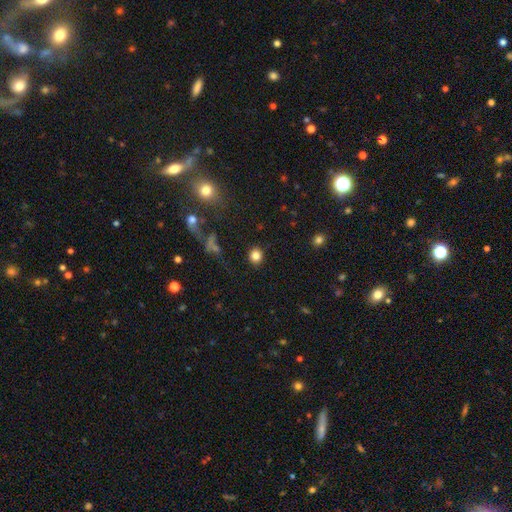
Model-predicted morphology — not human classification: smooth-or-featured: smooth: 82% | star or artifact: 12% | featured or disk: 6%
  how-rounded: round: 83% | in between: 16% | cigar-shaped: 1%
  merging: none: 88% | minor disturbance: 7% | major disturbance: 3% | merger: 2%